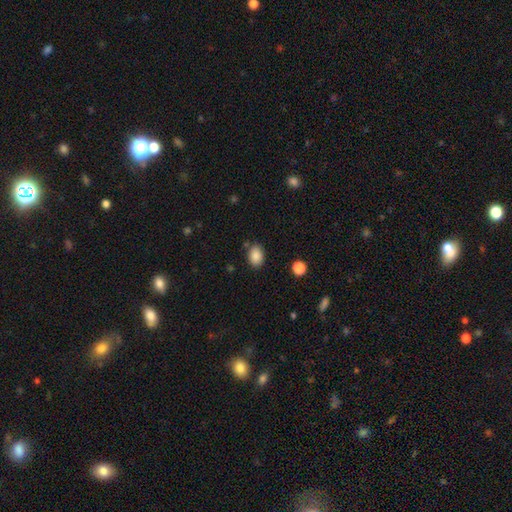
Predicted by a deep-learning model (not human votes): Smooth or featured: smooth — 88% (star or artifact — 9%)
How rounded: in between — 76% (round — 23%)
Merging: none — 81% (minor disturbance — 12%)